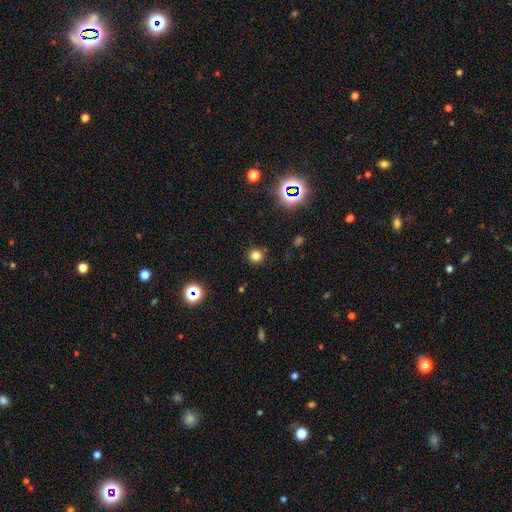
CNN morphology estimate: type=smooth (76%); roundness=round (93%); merging=none (89%).